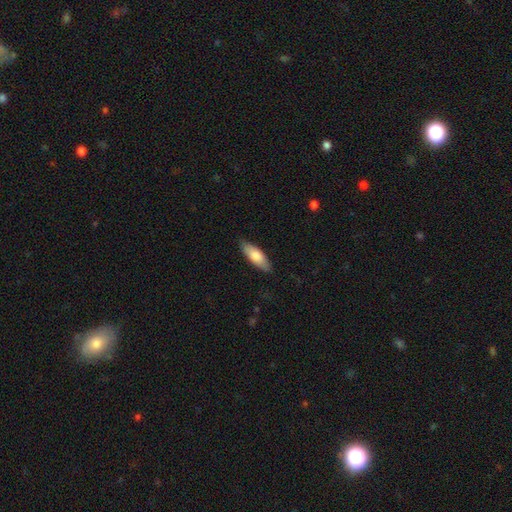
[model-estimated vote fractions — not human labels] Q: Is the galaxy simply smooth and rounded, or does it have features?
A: smooth — 76%.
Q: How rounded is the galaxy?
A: in between — 67%.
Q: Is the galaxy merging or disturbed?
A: none — 84%.